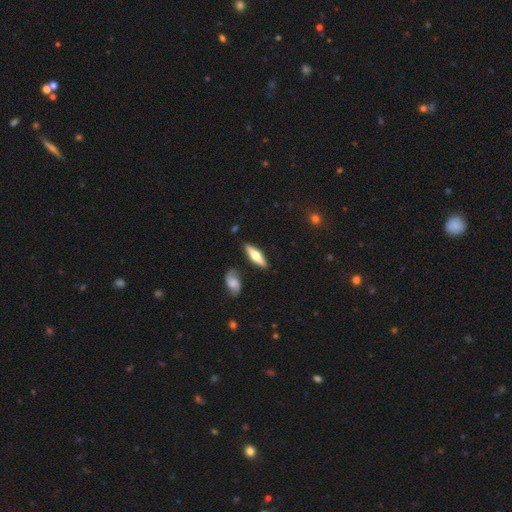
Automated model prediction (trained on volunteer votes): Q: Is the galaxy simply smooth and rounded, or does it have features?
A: featured or disk — 48%.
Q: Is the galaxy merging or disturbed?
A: none — 82%.